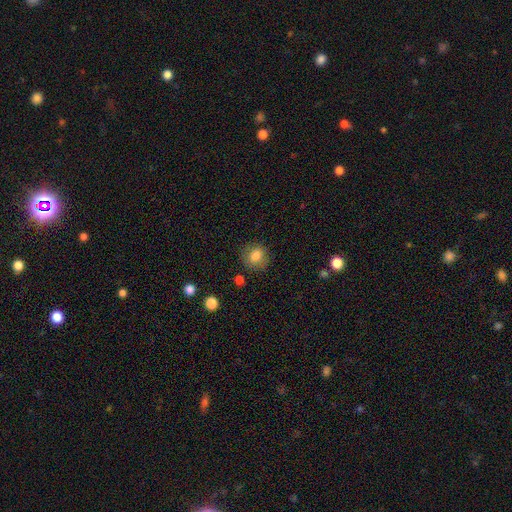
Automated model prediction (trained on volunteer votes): Smooth or featured? Predicted: smooth (p=0.81). How rounded? Predicted: round (p=0.73). Merging? Predicted: none (p=0.81).